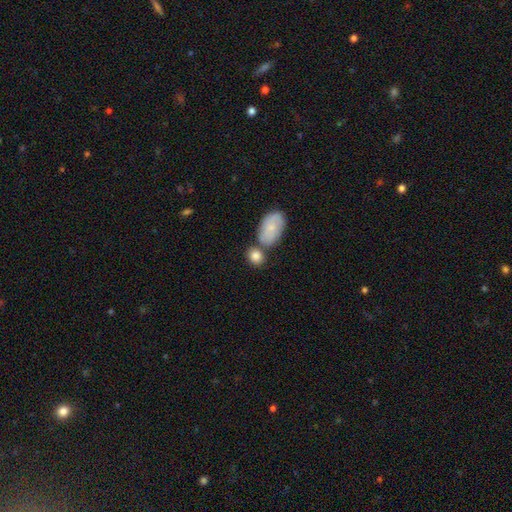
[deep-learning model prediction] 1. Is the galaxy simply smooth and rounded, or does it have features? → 81% smooth, 12% featured or disk, 7% star or artifact.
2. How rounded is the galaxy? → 51% round, 48% in between, 2% cigar-shaped.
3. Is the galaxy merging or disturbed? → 54% none, 28% merger, 14% minor disturbance, 4% major disturbance.